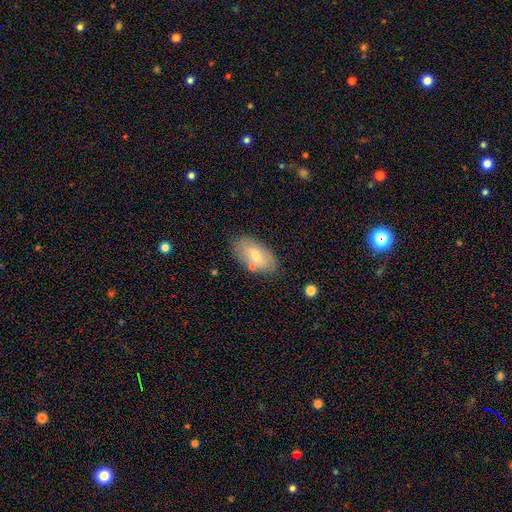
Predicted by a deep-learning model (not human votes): This appears to be a smooth galaxy with no disk features (67%) that is in between round and cigar-shaped (92%). Merging: none (78%).